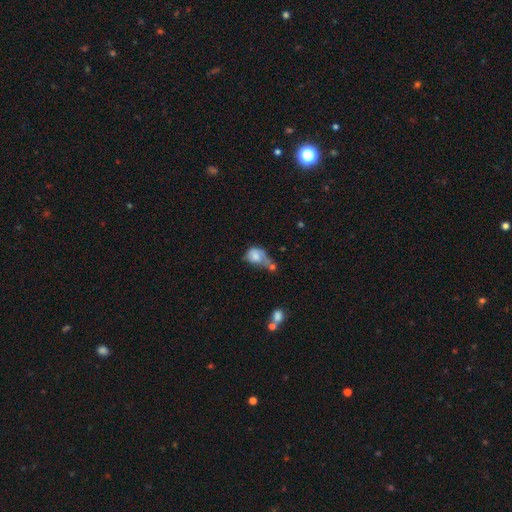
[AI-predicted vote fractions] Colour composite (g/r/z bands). It shows a smooth galaxy with no disk features (70%) that is in between round and cigar-shaped (64%). Merging: merger (33%).